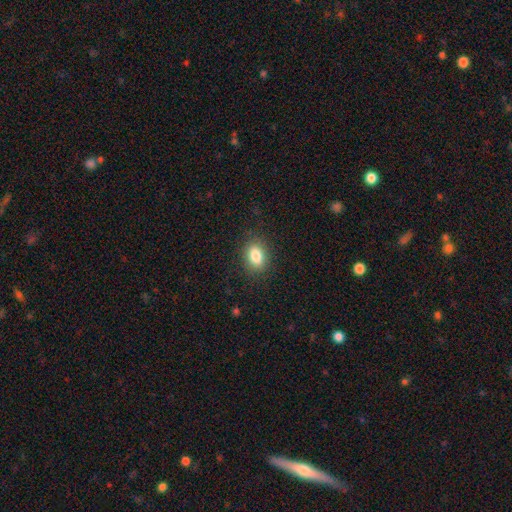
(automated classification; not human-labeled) smooth_or_featured: smooth (p=0.85) [alt: star or artifact p=0.09]
how_rounded: in between (p=0.82) [alt: round p=0.16]
merging: none (p=0.86) [alt: minor disturbance p=0.10]